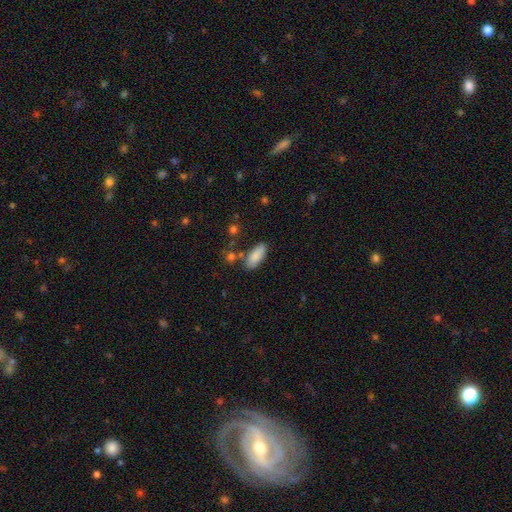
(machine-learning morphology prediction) A smooth galaxy with no disk features (86%) that is in between round and cigar-shaped (82%).

Vote fractions:
- Smooth or featured? smooth: 86% / featured or disk: 7% / star or artifact: 7%
- How rounded? in between: 82% / cigar-shaped: 16% / round: 2%
- Merging? none: 76% / minor disturbance: 14% / merger: 6% / major disturbance: 3%